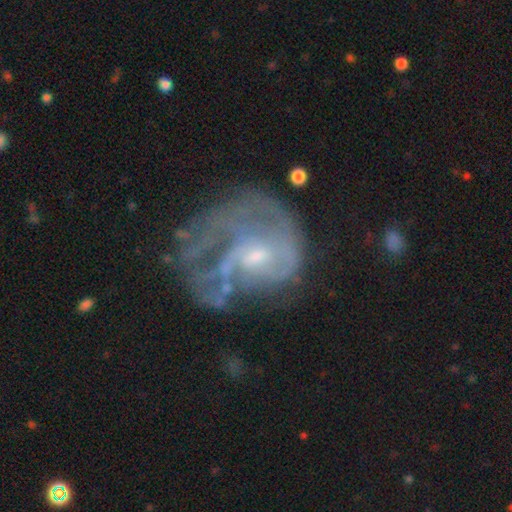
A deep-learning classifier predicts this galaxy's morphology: type=featured or disk (75%); edge-on=no (98%); bar=no (61%); spiral arms=yes (66%); bulge=small (53%); merging=major disturbance (41%).